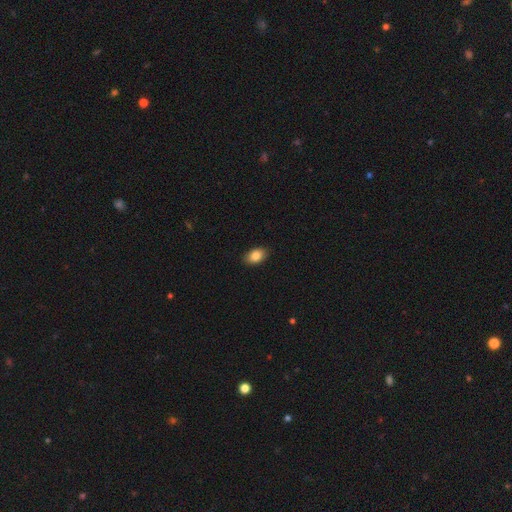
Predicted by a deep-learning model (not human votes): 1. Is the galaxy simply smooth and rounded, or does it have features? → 86% smooth, 8% star or artifact, 6% featured or disk.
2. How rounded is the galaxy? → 87% in between, 11% round, 2% cigar-shaped.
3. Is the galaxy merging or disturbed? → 87% none, 10% minor disturbance, 2% major disturbance, 1% merger.